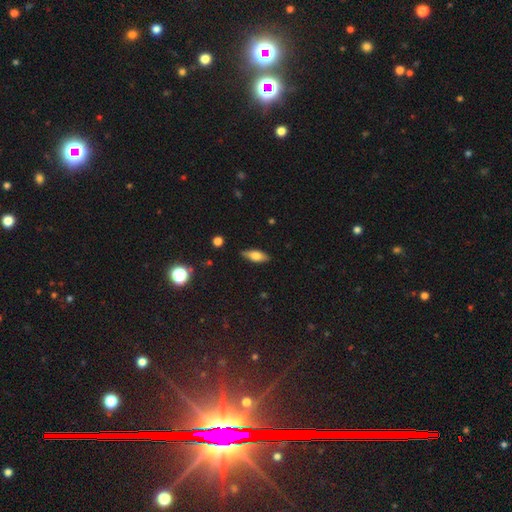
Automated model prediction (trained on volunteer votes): Smooth or featured? smooth (66%)
How rounded? in between (69%)
Merging? none (84%)